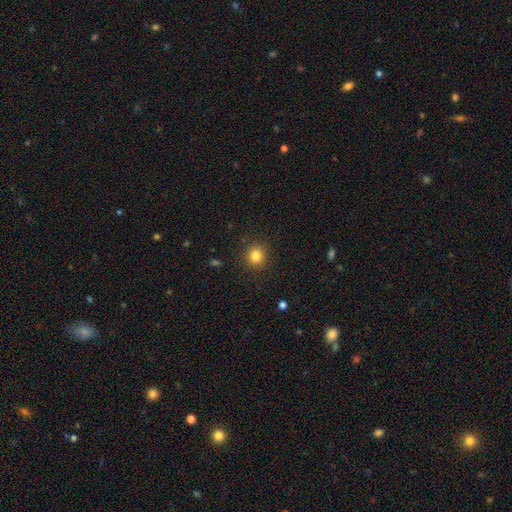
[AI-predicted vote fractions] Smooth or featured?
  - smooth: 83% *
  - star or artifact: 12%
  - featured or disk: 5%
How rounded?
  - round: 89% *
  - in between: 10%
  - cigar-shaped: 1%
Merging?
  - none: 90% *
  - minor disturbance: 6%
  - major disturbance: 2%
  - merger: 1%